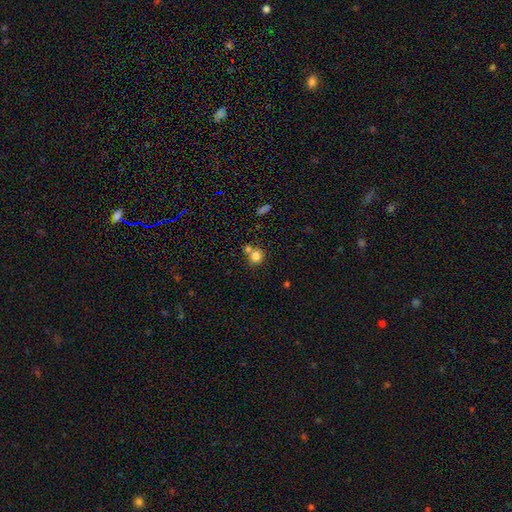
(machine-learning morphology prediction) Smooth or featured?
  - smooth: 79% *
  - star or artifact: 12%
  - featured or disk: 9%
How rounded?
  - round: 85% *
  - in between: 14%
  - cigar-shaped: 1%
Merging?
  - none: 52% *
  - merger: 36%
  - minor disturbance: 9%
  - major disturbance: 3%